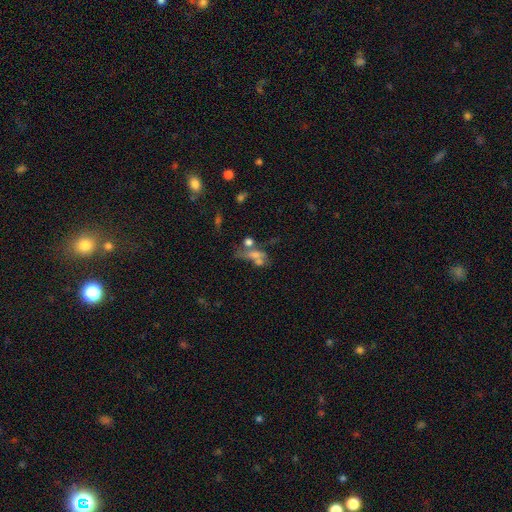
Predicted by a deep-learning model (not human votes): Overall: smooth (46%; featured or disk 35%). Merging: merger (42%; none 24%).